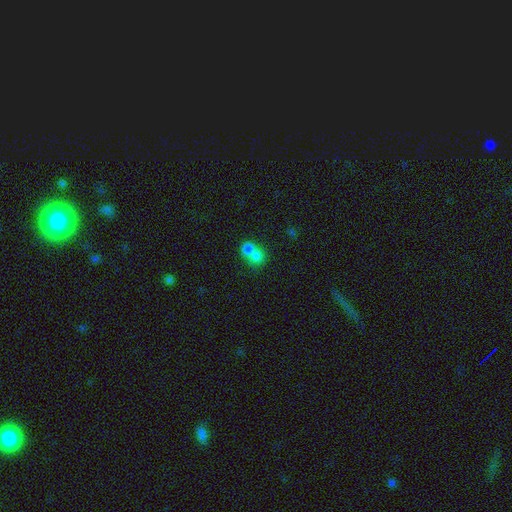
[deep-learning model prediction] smooth-or-featured: smooth: 77% | featured or disk: 13% | star or artifact: 11%
  how-rounded: round: 76% | in between: 23% | cigar-shaped: 1%
  merging: merger: 65% | none: 28% | minor disturbance: 5% | major disturbance: 3%